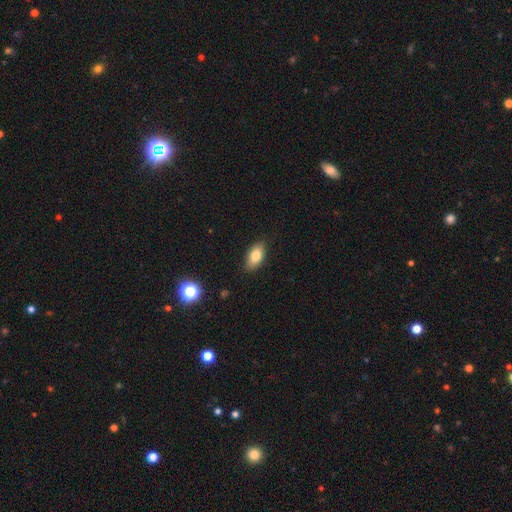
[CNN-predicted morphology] smooth 79%, featured or disk 13%, star or artifact 8%. Down the decision tree: how rounded — in between (89%); merging — none (85%).